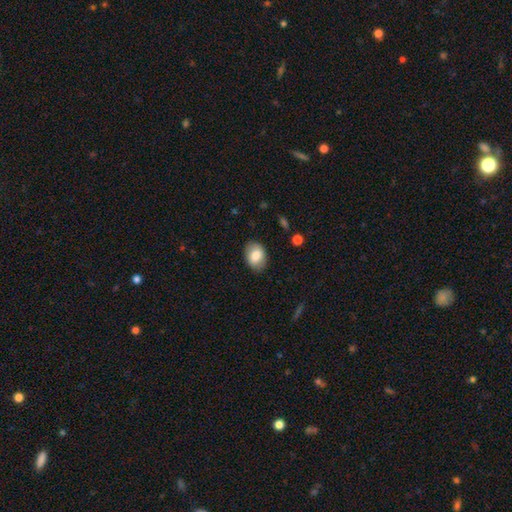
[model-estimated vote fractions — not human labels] Smooth or featured? smooth (82%)
How rounded? in between (80%)
Merging? none (85%)